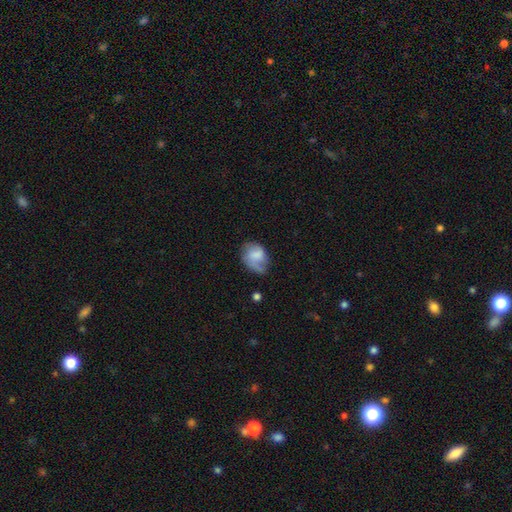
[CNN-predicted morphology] Smooth or featured? Predicted: smooth (p=0.61). How rounded? Predicted: in between (p=0.64). Merging? Predicted: none (p=0.41).